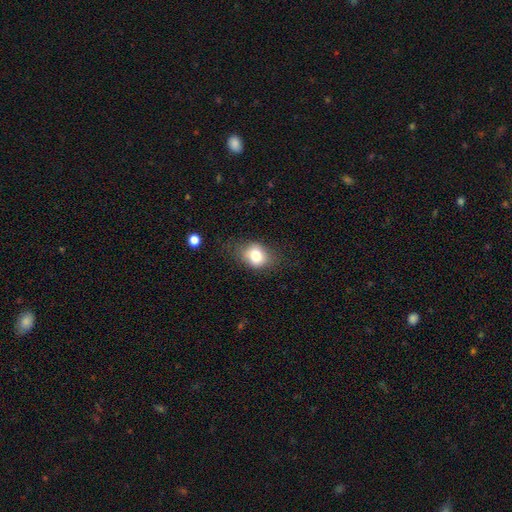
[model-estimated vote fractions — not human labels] A smooth galaxy with no disk features (77%) that is in between round and cigar-shaped (50%). Merging: none (68%).